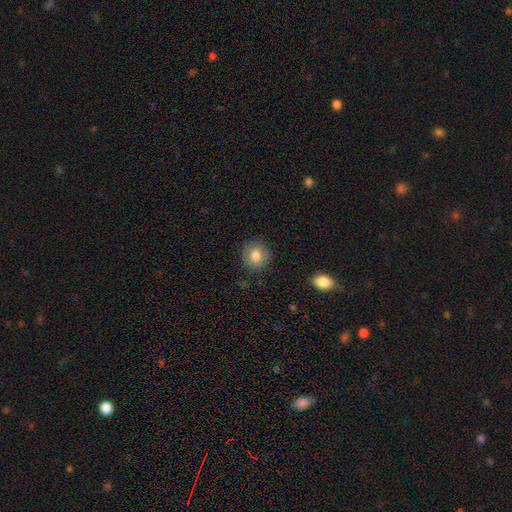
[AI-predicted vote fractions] This appears to be a smooth galaxy with no disk features (80%) that is round (82%). Merging: none (86%).